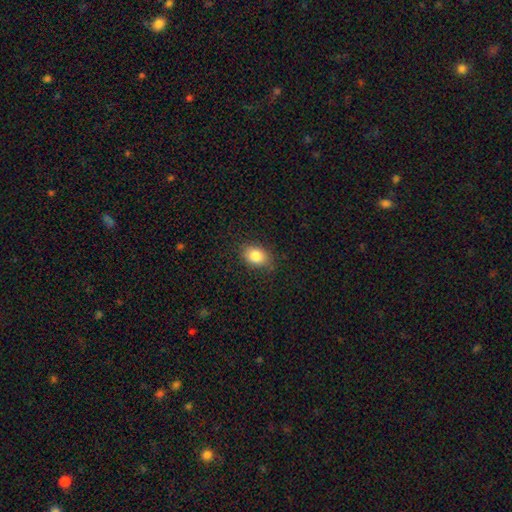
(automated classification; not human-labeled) Q: Smooth or featured?
A: smooth (84%); runner-up: star or artifact (9%)
Q: How rounded?
A: in between (72%); runner-up: round (27%)
Q: Merging?
A: none (83%); runner-up: minor disturbance (13%)